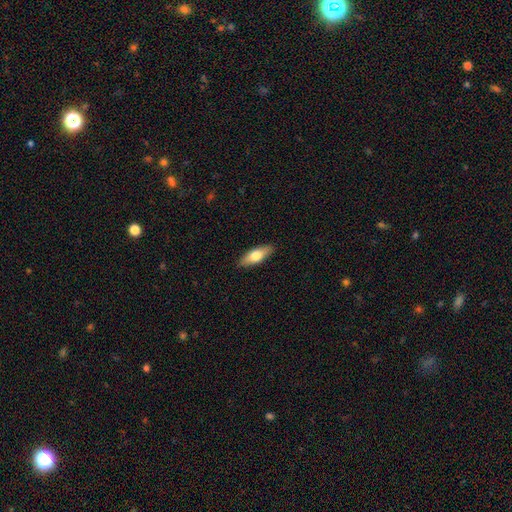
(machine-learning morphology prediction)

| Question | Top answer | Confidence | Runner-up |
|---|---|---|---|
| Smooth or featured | smooth | 68% | featured or disk (27%) |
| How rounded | in between | 65% | cigar-shaped (33%) |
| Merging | none | 89% | minor disturbance (8%) |